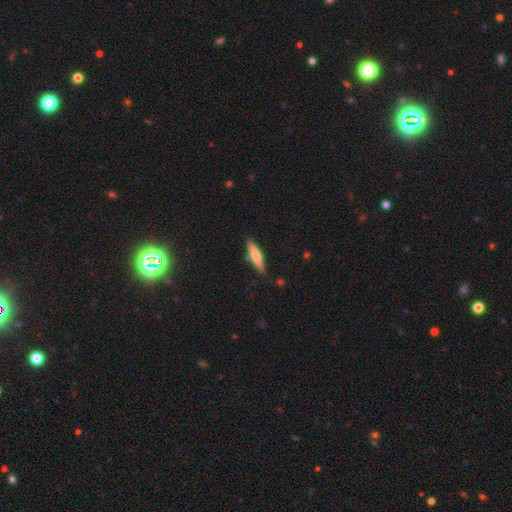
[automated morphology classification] This is likely a smooth galaxy (63%). How rounded: likely cigar-shaped (79%). Merging: clearly none (81%).